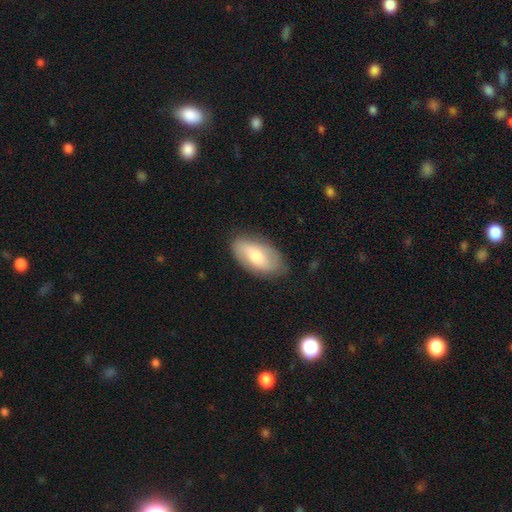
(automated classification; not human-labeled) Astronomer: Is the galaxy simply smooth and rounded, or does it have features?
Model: smooth — 50% (runner-up: featured or disk, 43%).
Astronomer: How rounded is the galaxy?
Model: in between — 93%.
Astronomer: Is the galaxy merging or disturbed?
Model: none — 79%.